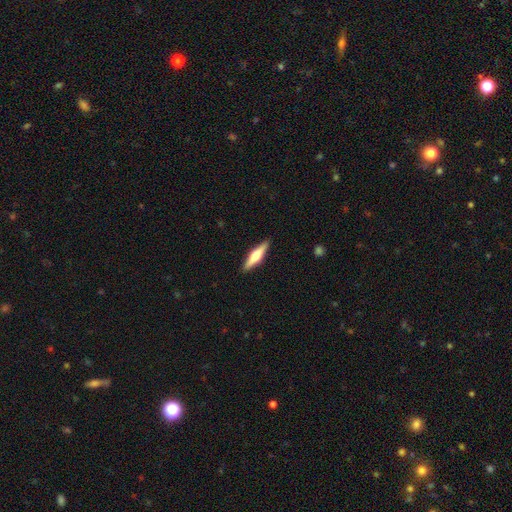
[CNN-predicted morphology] Overall: featured or disk (56%; smooth 39%). Edge-on disk: yes (96%). Edge-on bulge: rounded (91%). Merging: none (90%).